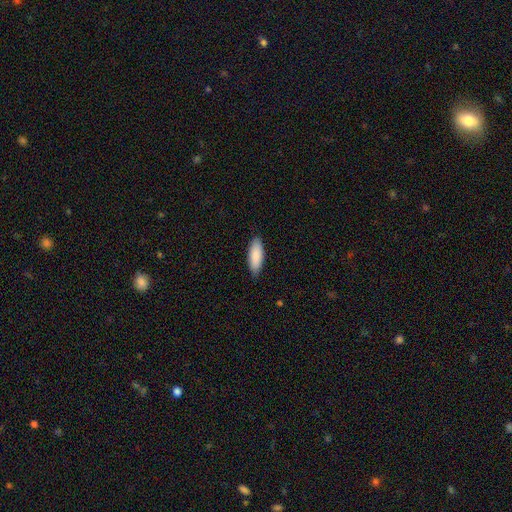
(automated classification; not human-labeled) A smooth galaxy with no disk features (88%) that is in between round and cigar-shaped (66%). Merging: none (87%).